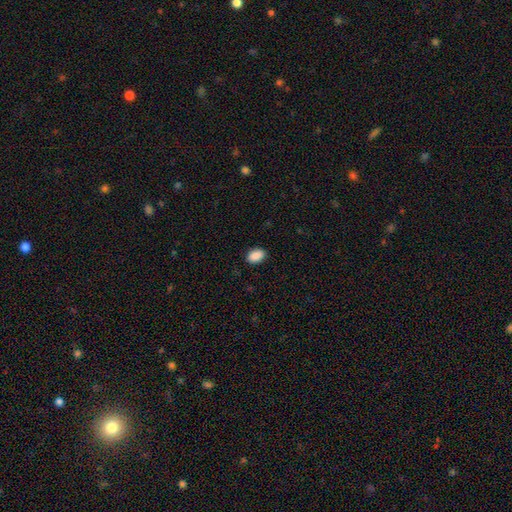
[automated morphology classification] Smooth or featured: smooth — 90% (star or artifact — 7%)
How rounded: in between — 86% (round — 13%)
Merging: none — 88% (minor disturbance — 9%)